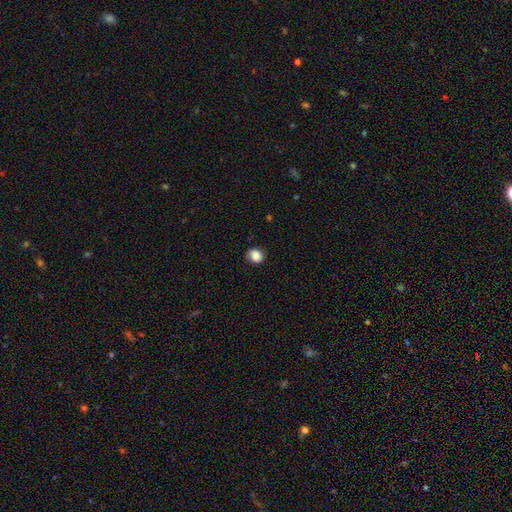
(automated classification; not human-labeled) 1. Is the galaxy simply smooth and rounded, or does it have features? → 86% smooth, 9% star or artifact, 5% featured or disk.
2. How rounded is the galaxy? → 69% round, 30% in between, 1% cigar-shaped.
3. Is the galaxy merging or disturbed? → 82% none, 14% minor disturbance, 3% major disturbance, 1% merger.